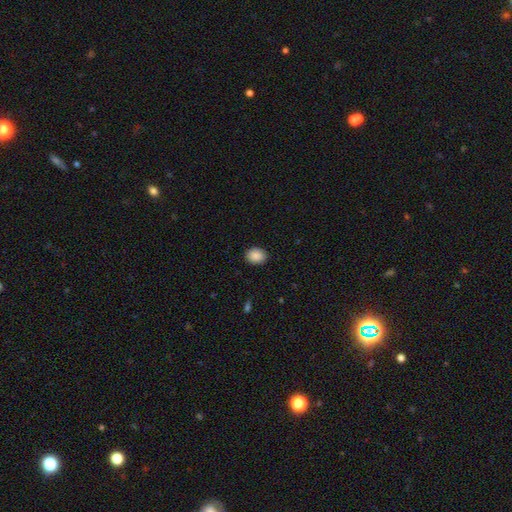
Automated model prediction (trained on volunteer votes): This appears to be a smooth galaxy with no disk features (89%) that is round (52%). Merging: none (89%).